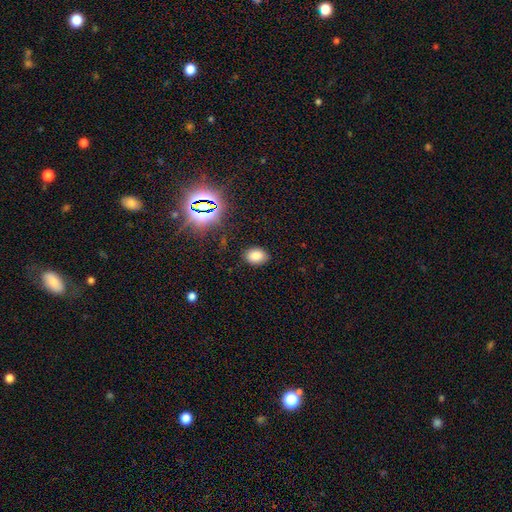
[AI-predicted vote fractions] This appears to be a smooth galaxy with no disk features (79%) that is in between round and cigar-shaped (77%). Merging: none (86%).